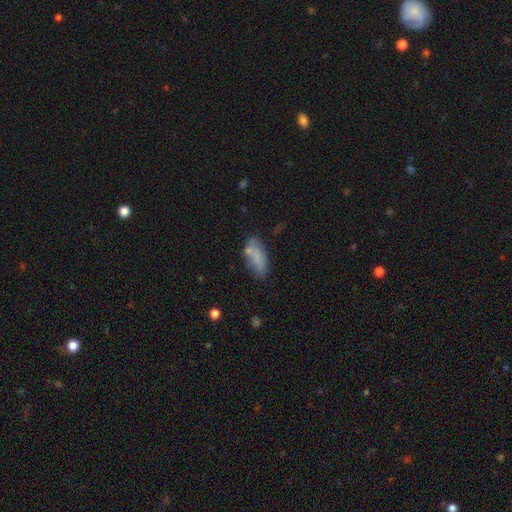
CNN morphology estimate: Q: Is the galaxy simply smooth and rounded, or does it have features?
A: smooth — 71%.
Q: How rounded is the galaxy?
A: in between — 77%.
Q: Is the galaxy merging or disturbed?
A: none — 56%.